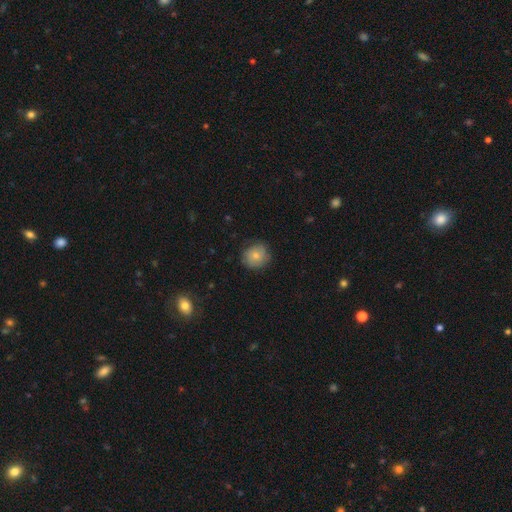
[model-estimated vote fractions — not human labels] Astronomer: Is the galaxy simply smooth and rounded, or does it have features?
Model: smooth — 72%.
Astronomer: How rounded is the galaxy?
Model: round — 87%.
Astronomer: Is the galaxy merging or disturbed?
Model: none — 78%.